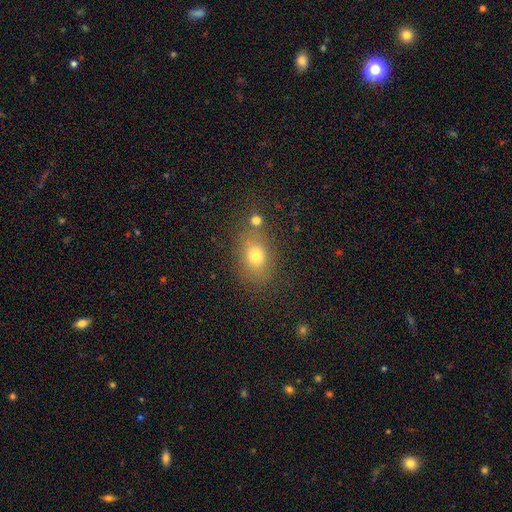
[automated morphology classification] smooth 73%, star or artifact 14%, featured or disk 13%. Down the decision tree: how rounded — in between (66%); merging — none (69%).